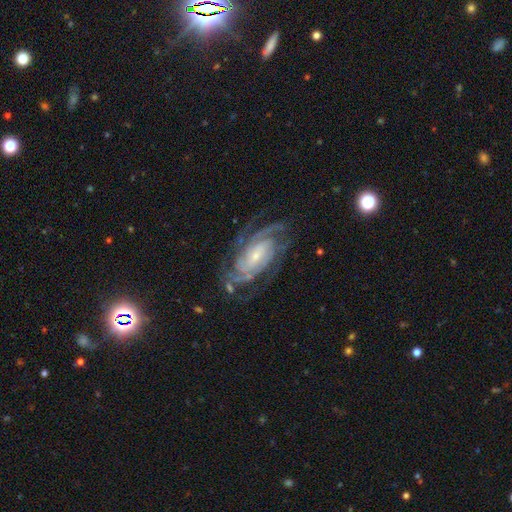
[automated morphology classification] A featured or disk galaxy (90%) with no bar (46%), 3 (26%) tight (68%) spiral arms (98%) and a small central bulge (68%). Merging: none (74%).